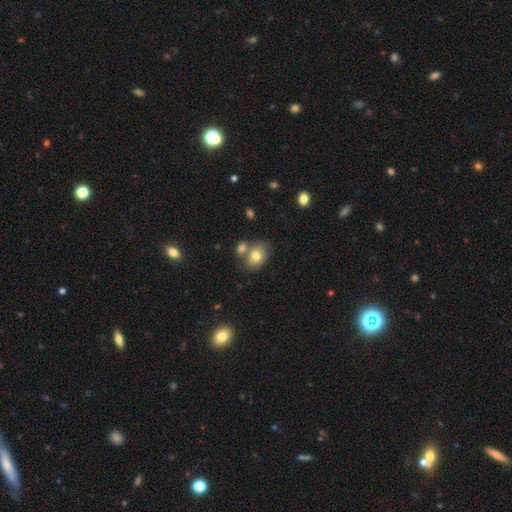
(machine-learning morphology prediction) Smooth or featured? Predicted: smooth (p=0.75). How rounded? Predicted: in between (p=0.73). Merging? Predicted: none (p=0.57).